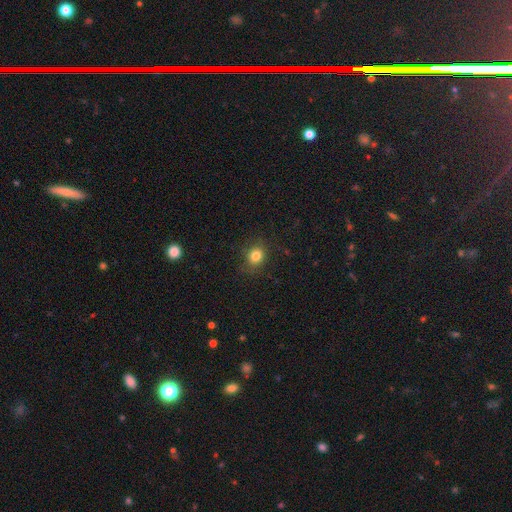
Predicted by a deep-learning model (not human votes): Morphology: type=smooth (82%); roundness=round (73%); merging=none (83%).